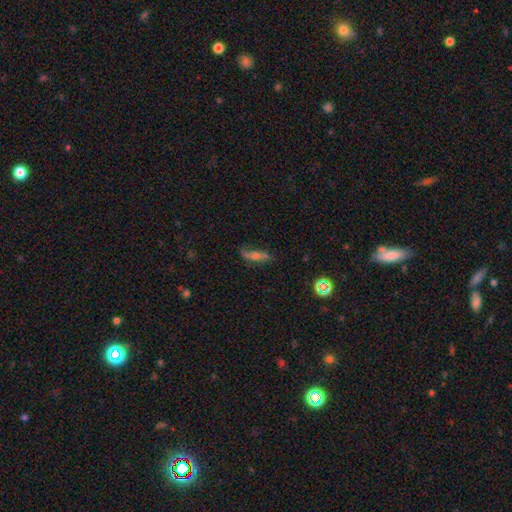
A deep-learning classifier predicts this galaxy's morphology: This is possibly a featured or disk galaxy (48%). Merging: likely none (73%).